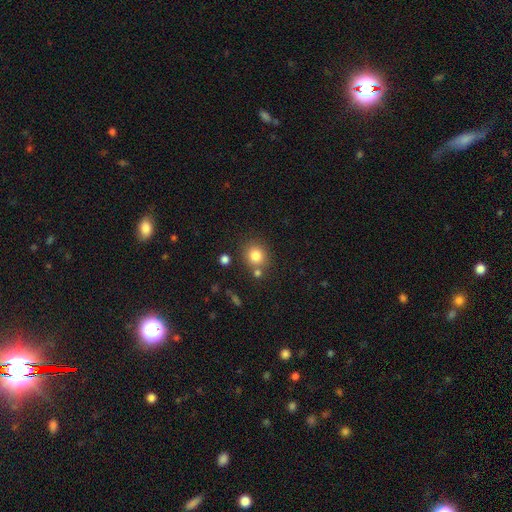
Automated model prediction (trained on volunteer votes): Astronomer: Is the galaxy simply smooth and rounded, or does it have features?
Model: smooth — 81%.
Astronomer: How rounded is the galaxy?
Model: round — 84%.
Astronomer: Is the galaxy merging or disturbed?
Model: none — 74%.